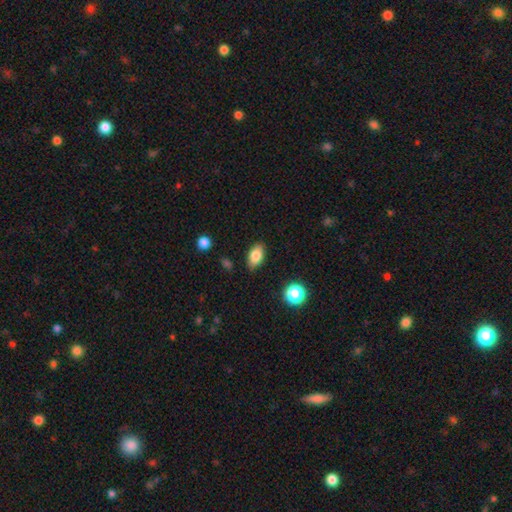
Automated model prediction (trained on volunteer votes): This is clearly a smooth galaxy (83%). How rounded: clearly in between (90%). Merging: clearly none (85%).